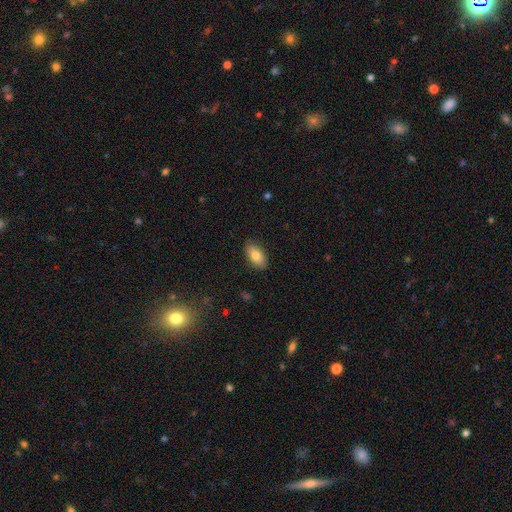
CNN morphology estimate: type=smooth (81%); roundness=in between (92%); merging=none (87%).